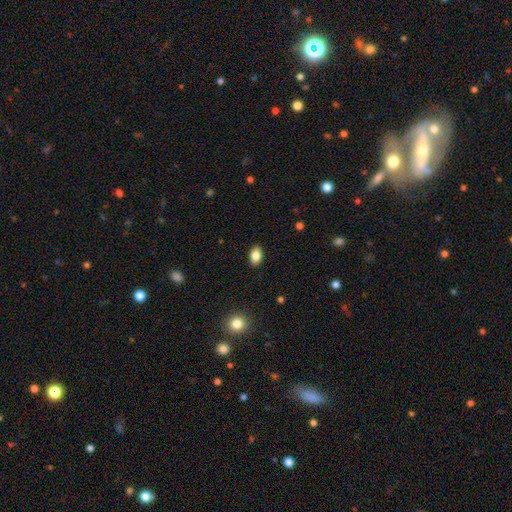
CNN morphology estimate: Smooth or featured?
  - smooth: 85% *
  - star or artifact: 8%
  - featured or disk: 7%
How rounded?
  - in between: 88% *
  - round: 10%
  - cigar-shaped: 2%
Merging?
  - none: 89% *
  - minor disturbance: 8%
  - major disturbance: 2%
  - merger: 1%